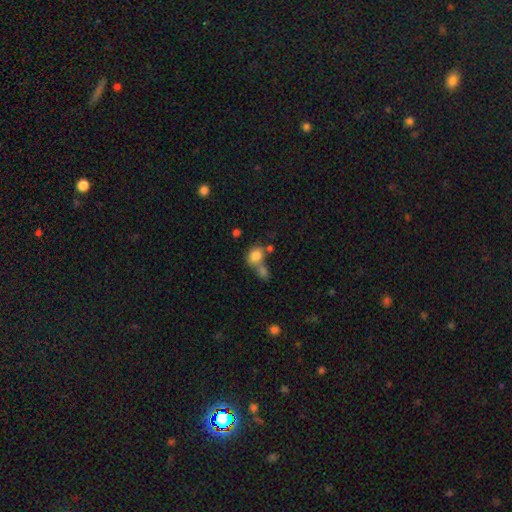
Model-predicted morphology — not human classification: Smooth or featured? Predicted: smooth (p=0.81). How rounded? Predicted: round (p=0.51). Merging? Predicted: merger (p=0.42).